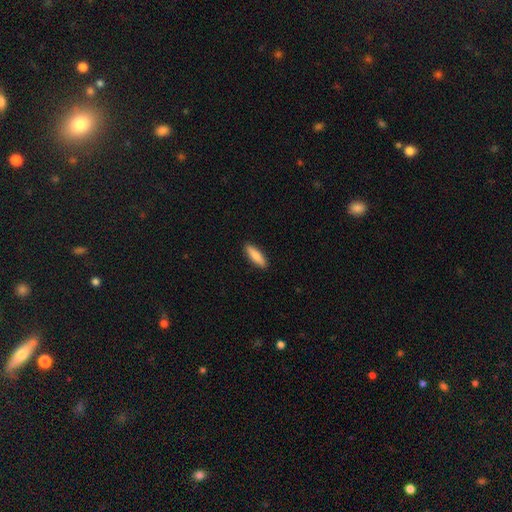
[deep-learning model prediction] Smooth or featured? Predicted: smooth (p=0.83). How rounded? Predicted: cigar-shaped (p=0.57). Merging? Predicted: none (p=0.90).